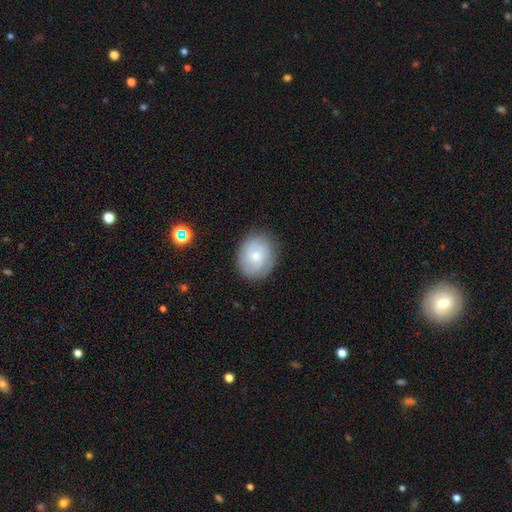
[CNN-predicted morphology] smooth_or_featured: featured or disk (p=0.55) [alt: smooth p=0.37]
disk_edge_on: no (p=0.97) [alt: yes p=0.03]
bar: no (p=0.78) [alt: weak p=0.20]
has_spiral_arms: yes (p=0.86) [alt: no p=0.14]
bulge_size: small (p=0.51) [alt: moderate p=0.44]
merging: none (p=0.82) [alt: minor disturbance p=0.13]